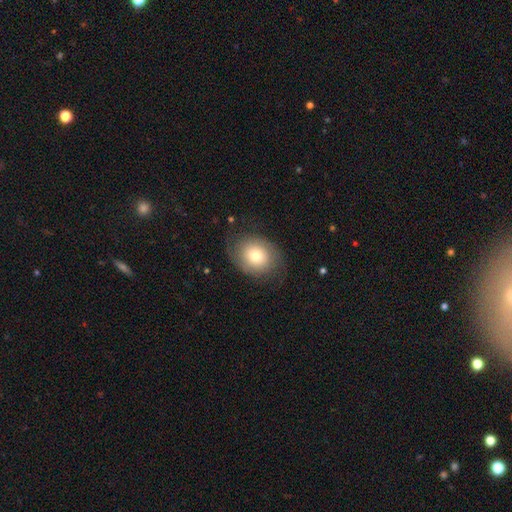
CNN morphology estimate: Smooth or featured? smooth (70%)
How rounded? round (52%)
Merging? none (71%)